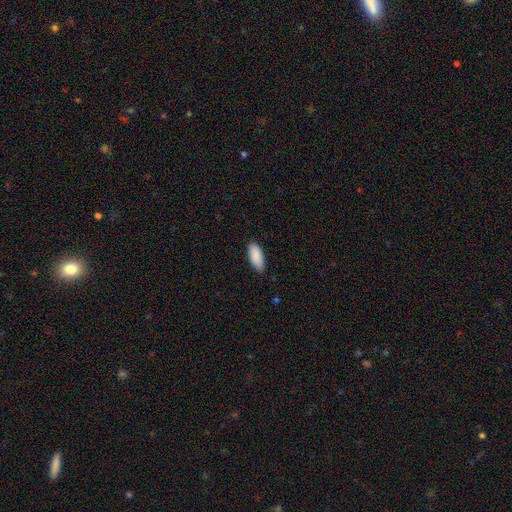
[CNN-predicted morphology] smooth 90%, star or artifact 6%, featured or disk 4%. Down the decision tree: how rounded — in between (84%); merging — none (85%).